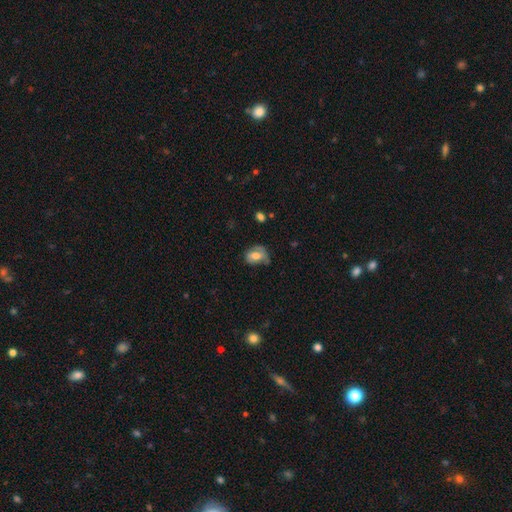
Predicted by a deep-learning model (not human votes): smooth_or_featured: smooth (p=0.62) [alt: featured or disk p=0.30]
how_rounded: in between (p=0.62) [alt: round p=0.37]
merging: none (p=0.43) [alt: minor disturbance p=0.36]